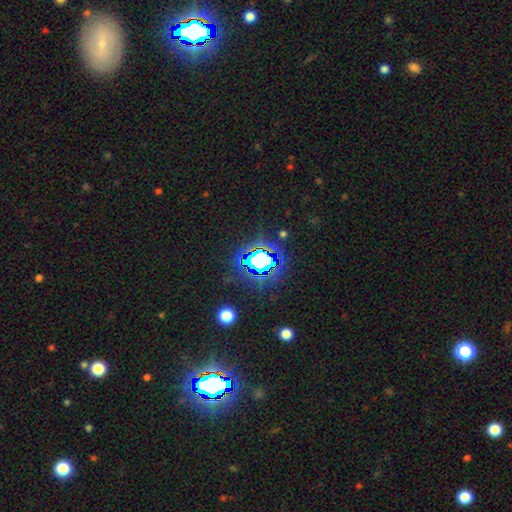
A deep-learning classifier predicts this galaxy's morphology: This is likely a star or artifact rather than a galaxy (79%).